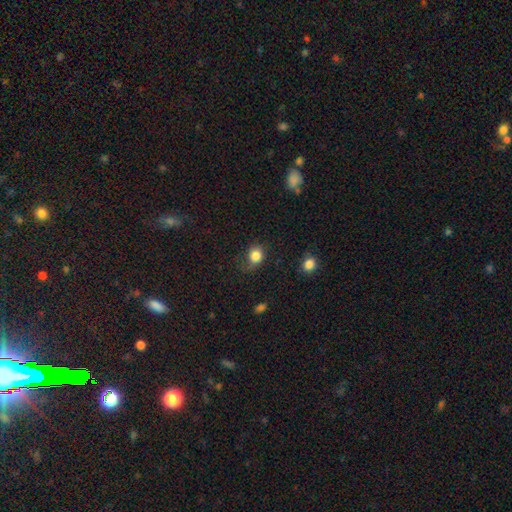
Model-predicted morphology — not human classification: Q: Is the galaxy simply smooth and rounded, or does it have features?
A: smooth — 82%.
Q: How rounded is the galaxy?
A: round — 66%.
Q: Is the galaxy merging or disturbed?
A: none — 54%.